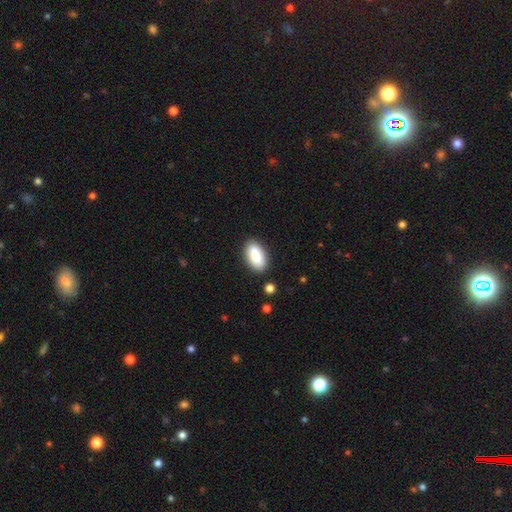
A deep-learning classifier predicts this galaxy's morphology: Smooth or featured? smooth (88%)
How rounded? in between (91%)
Merging? none (86%)